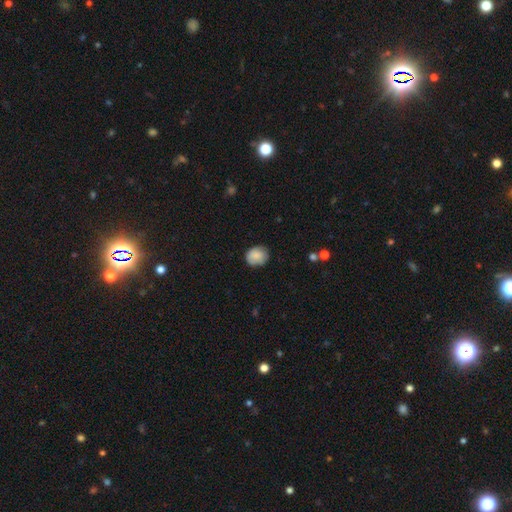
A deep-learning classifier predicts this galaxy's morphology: type=smooth (82%); roundness=round (62%); merging=none (74%).